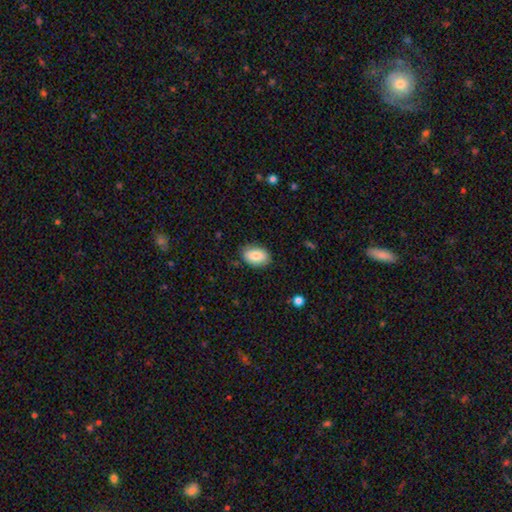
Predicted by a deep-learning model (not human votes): This is clearly a smooth galaxy (84%). How rounded: clearly in between (89%). Merging: clearly none (84%).